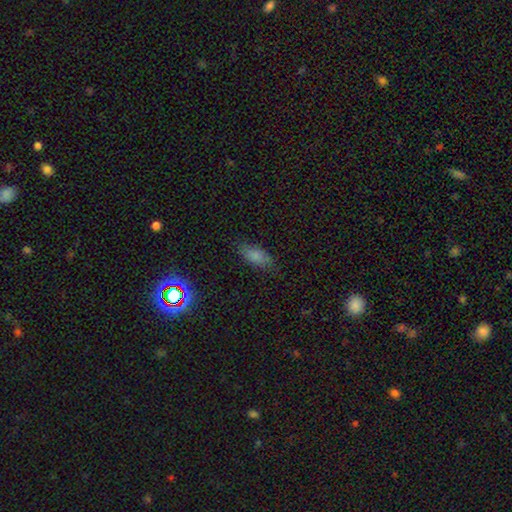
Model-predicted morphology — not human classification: smooth-or-featured: smooth: 80% | star or artifact: 11% | featured or disk: 9%
  how-rounded: in between: 83% | cigar-shaped: 14% | round: 3%
  merging: none: 79% | minor disturbance: 16% | major disturbance: 4% | merger: 1%